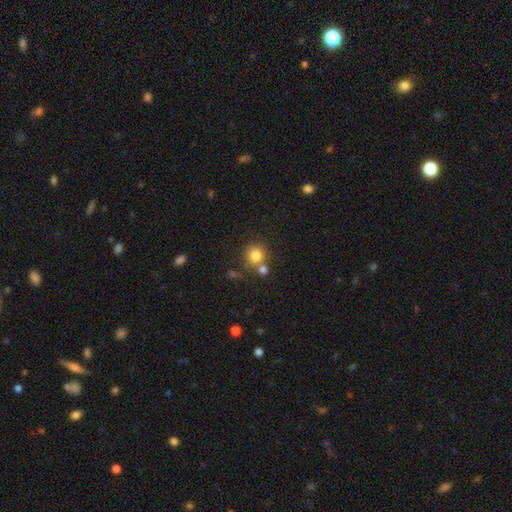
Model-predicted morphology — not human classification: smooth 81%, star or artifact 12%, featured or disk 7%. Down the decision tree: how rounded — round (88%); merging — none (65%).